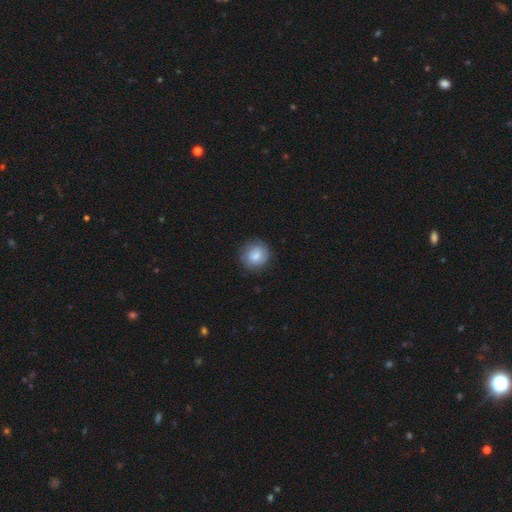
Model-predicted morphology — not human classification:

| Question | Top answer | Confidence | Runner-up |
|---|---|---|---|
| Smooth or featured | smooth | 73% | featured or disk (19%) |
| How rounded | round | 86% | in between (13%) |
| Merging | none | 82% | minor disturbance (13%) |